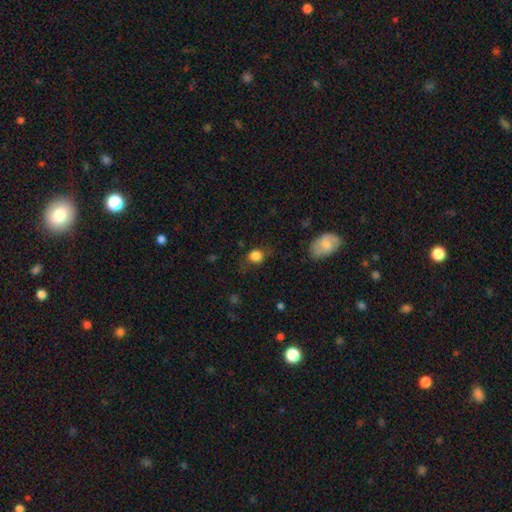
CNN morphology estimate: Smooth or featured? Predicted: smooth (p=0.83). How rounded? Predicted: round (p=0.70). Merging? Predicted: none (p=0.71).